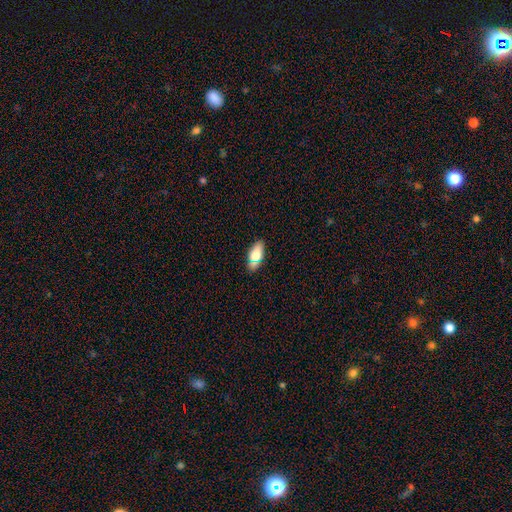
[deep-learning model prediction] smooth_or_featured: smooth (p=0.75) [alt: featured or disk p=0.15]
how_rounded: in between (p=0.80) [alt: cigar-shaped p=0.16]
merging: none (p=0.81) [alt: minor disturbance p=0.13]